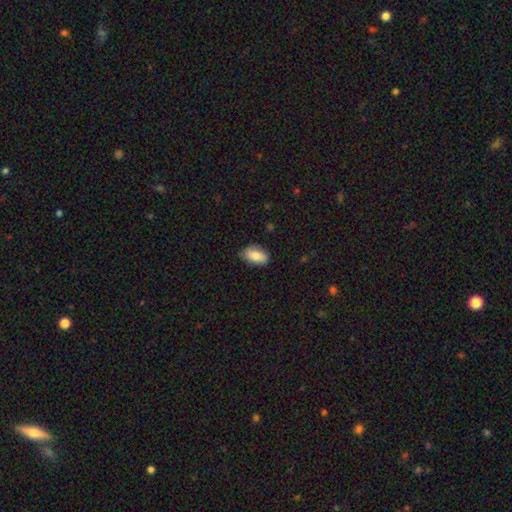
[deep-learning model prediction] This is clearly a smooth galaxy (82%). How rounded: clearly in between (92%). Merging: clearly none (83%).